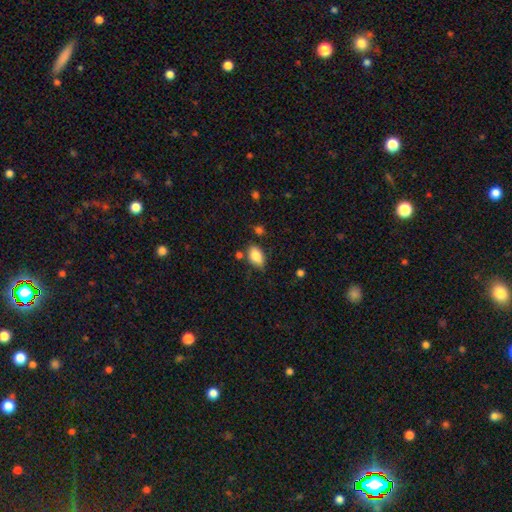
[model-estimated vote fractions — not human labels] This appears to be a smooth galaxy with no disk features (84%) that is in between round and cigar-shaped (87%). Merging: none (65%).